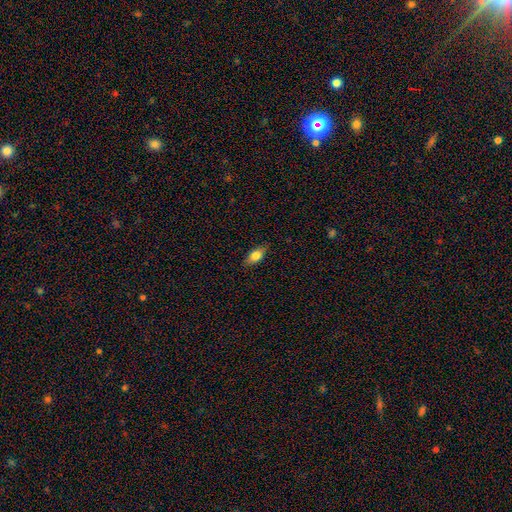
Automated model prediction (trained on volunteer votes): The model was most divided on "smooth or featured": smooth: 77%, featured or disk: 16%, star or artifact: 7%. More confident: merging — none (83%); how rounded — in between (83%).